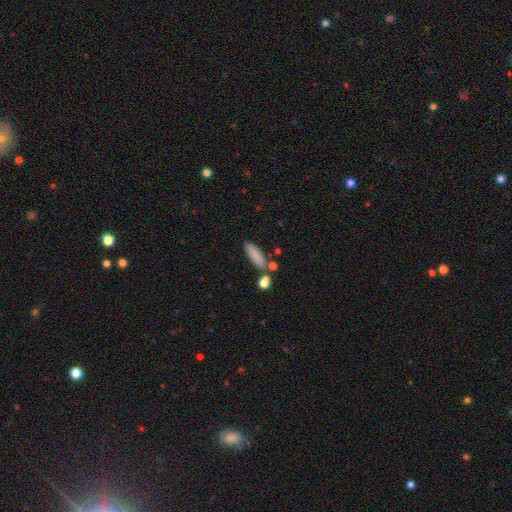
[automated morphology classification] Smooth or featured? Predicted: smooth (p=0.83). How rounded? Predicted: in between (p=0.52). Merging? Predicted: none (p=0.73).